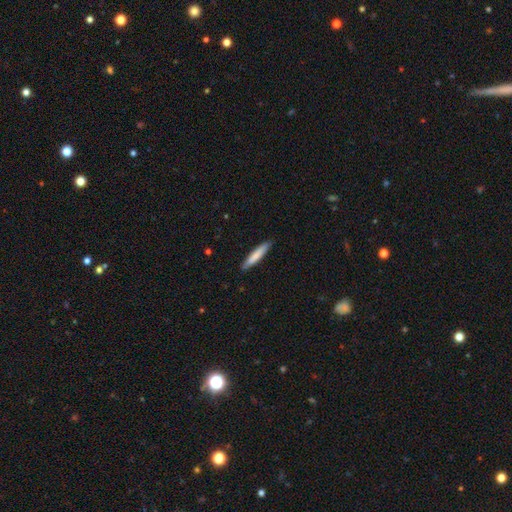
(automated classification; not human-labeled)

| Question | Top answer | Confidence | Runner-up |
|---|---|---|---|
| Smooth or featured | smooth | 78% | featured or disk (17%) |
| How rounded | cigar-shaped | 92% | in between (6%) |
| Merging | none | 90% | minor disturbance (8%) |